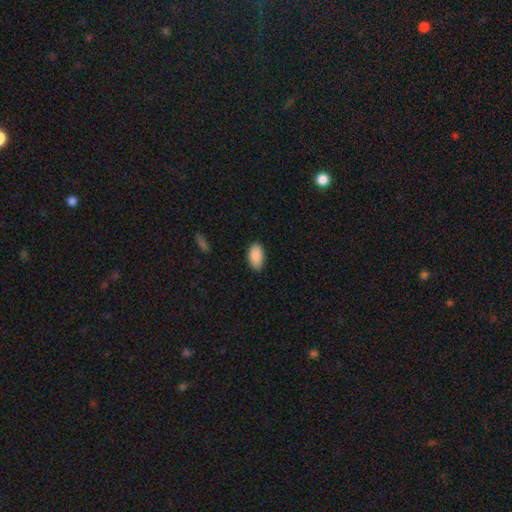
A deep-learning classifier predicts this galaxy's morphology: Smooth or featured? smooth (90%)
How rounded? in between (95%)
Merging? none (86%)